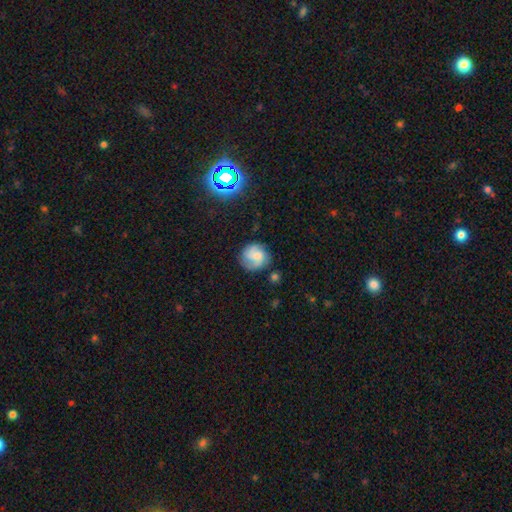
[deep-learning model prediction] Q: Smooth or featured?
A: featured or disk (53%); runner-up: smooth (38%)
Q: Edge-on disk?
A: no (98%); runner-up: yes (2%)
Q: Bar?
A: no (58%); runner-up: weak (36%)
Q: Spiral arms?
A: yes (89%); runner-up: no (11%)
Q: Bulge size?
A: small (39%); runner-up: moderate (35%)
Q: Merging?
A: none (70%); runner-up: minor disturbance (19%)